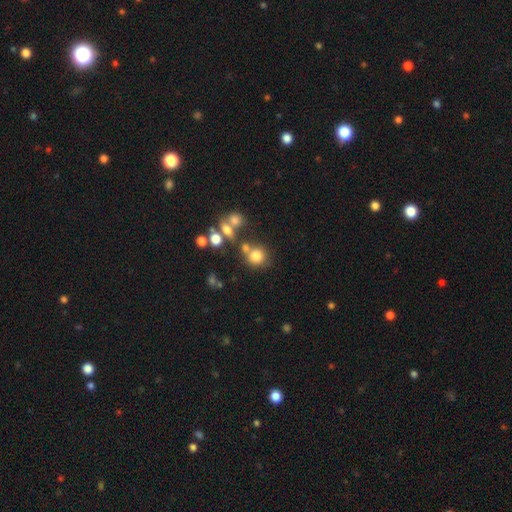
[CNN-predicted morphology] This is likely a smooth galaxy (76%). How rounded: clearly round (86%). Merging: possibly none (55%).